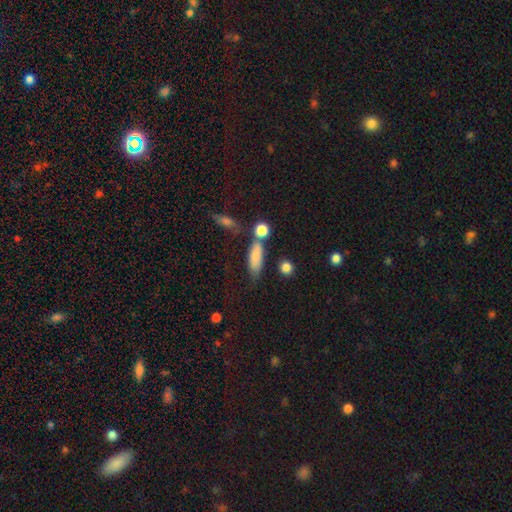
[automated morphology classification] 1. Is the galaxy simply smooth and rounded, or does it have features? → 80% smooth, 11% featured or disk, 9% star or artifact.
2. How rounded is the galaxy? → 60% in between, 33% cigar-shaped, 7% round.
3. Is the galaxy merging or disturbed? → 55% none, 20% minor disturbance, 17% merger, 8% major disturbance.